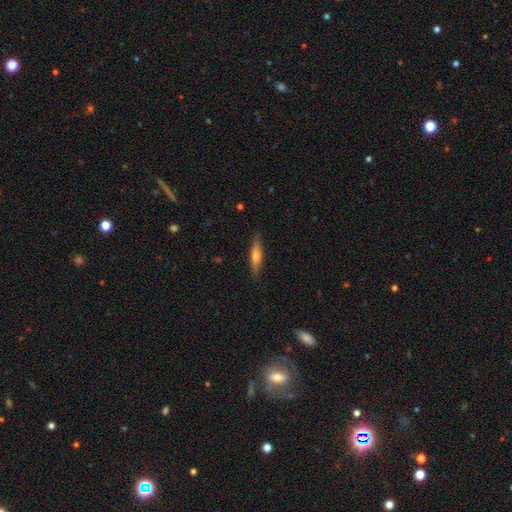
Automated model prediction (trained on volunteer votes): This appears to be a smooth galaxy with no disk features (52%) that is cigar-shaped (77%). Merging: none (86%).